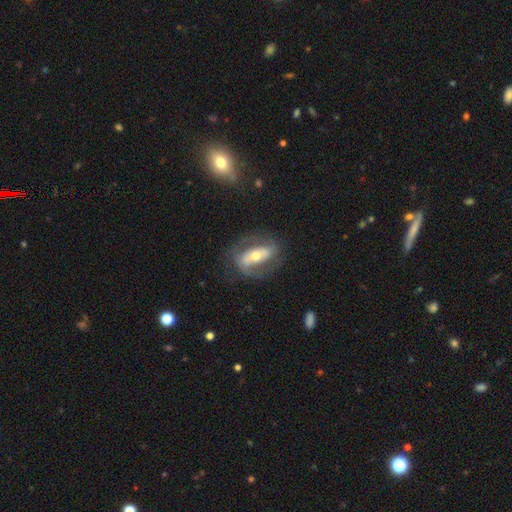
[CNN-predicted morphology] Smooth or featured? featured or disk (74%)
Edge-on disk? no (90%)
Bar? strong (52%)
Spiral arms? yes (75%)
Bulge size? moderate (60%)
Merging? none (71%)